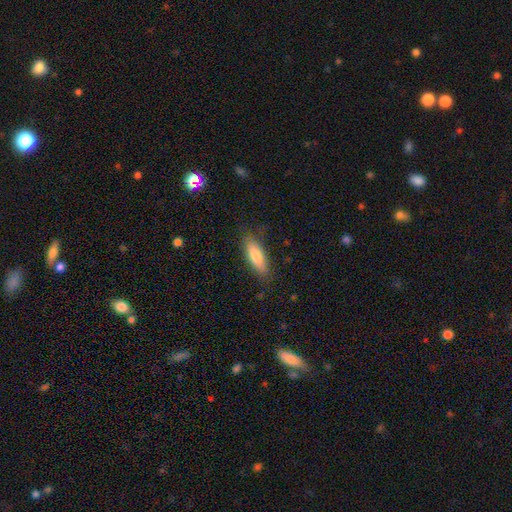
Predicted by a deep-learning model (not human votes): A smooth galaxy with no disk features (77%) that is in between round and cigar-shaped (54%). Merging: none (80%).